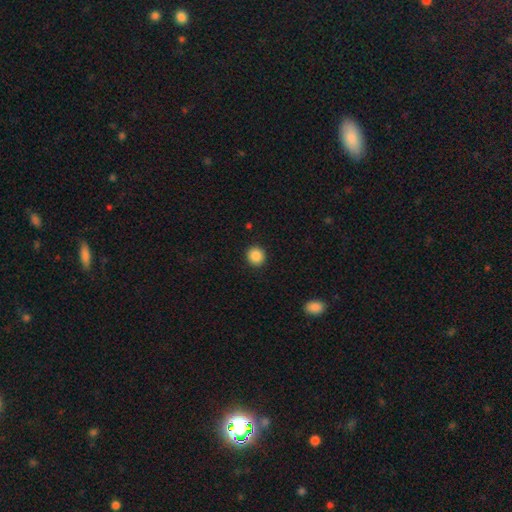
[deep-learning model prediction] smooth_or_featured: smooth (p=0.88) [alt: star or artifact p=0.09]
how_rounded: round (p=0.89) [alt: in between p=0.10]
merging: none (p=0.92) [alt: minor disturbance p=0.05]